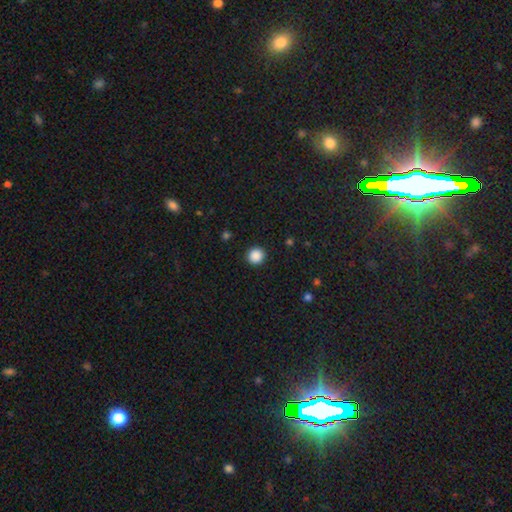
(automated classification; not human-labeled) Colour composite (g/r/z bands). It shows a smooth galaxy with no disk features (88%) that is round (94%). Merging: none (92%).